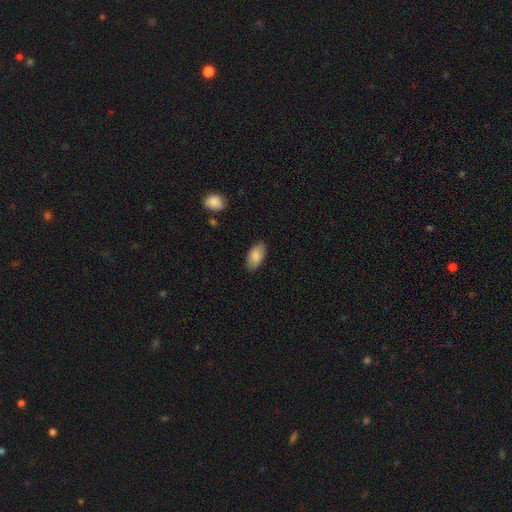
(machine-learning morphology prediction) Q: Smooth or featured?
A: smooth (86%); runner-up: featured or disk (8%)
Q: How rounded?
A: in between (94%); runner-up: cigar-shaped (3%)
Q: Merging?
A: none (84%); runner-up: minor disturbance (12%)